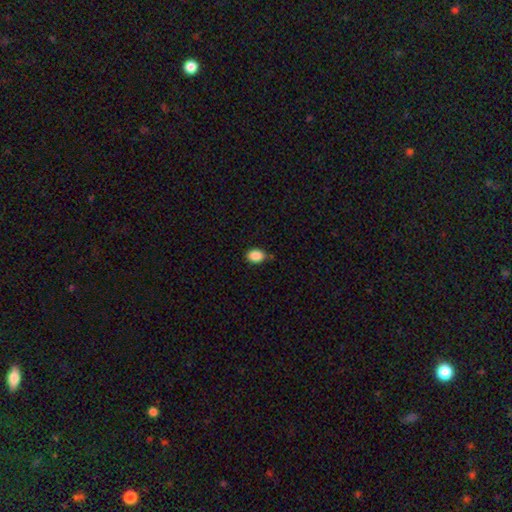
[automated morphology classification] smooth_or_featured: smooth (p=0.88) [alt: star or artifact p=0.09]
how_rounded: in between (p=0.69) [alt: round p=0.30]
merging: none (p=0.76) [alt: minor disturbance p=0.18]